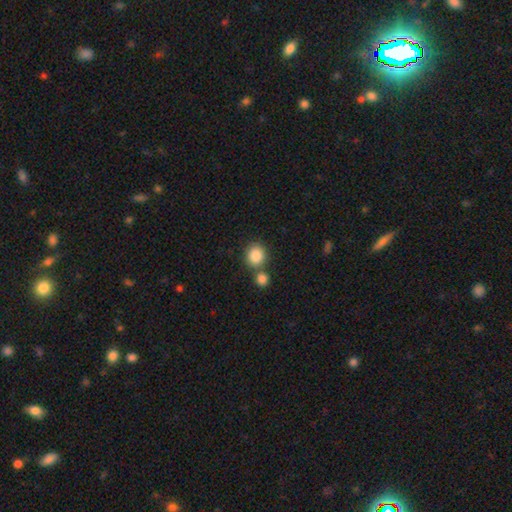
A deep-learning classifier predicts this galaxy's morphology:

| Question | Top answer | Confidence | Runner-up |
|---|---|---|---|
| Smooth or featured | smooth | 86% | star or artifact (9%) |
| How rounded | round | 83% | in between (16%) |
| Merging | none | 62% | merger (26%) |